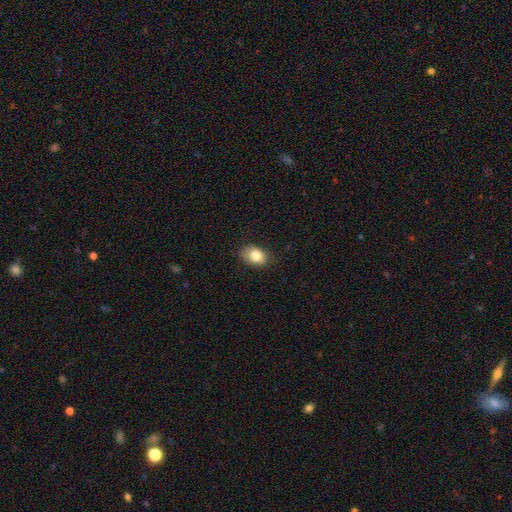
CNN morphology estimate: A smooth galaxy with no disk features (83%) that is in between round and cigar-shaped (82%).

Vote fractions:
- Smooth or featured? smooth: 83% / featured or disk: 9% / star or artifact: 8%
- How rounded? in between: 82% / round: 16% / cigar-shaped: 1%
- Merging? none: 83% / minor disturbance: 14% / major disturbance: 3% / merger: 1%